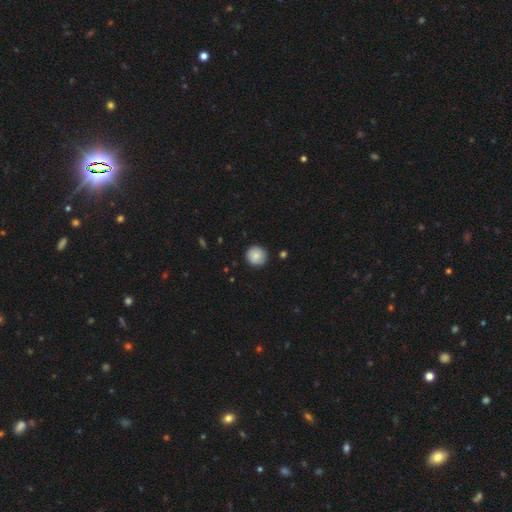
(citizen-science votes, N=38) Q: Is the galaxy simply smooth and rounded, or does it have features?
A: smooth — 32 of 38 (84%).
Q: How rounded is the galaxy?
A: round — 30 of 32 (94%).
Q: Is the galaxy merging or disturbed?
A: none — 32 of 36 (89%).